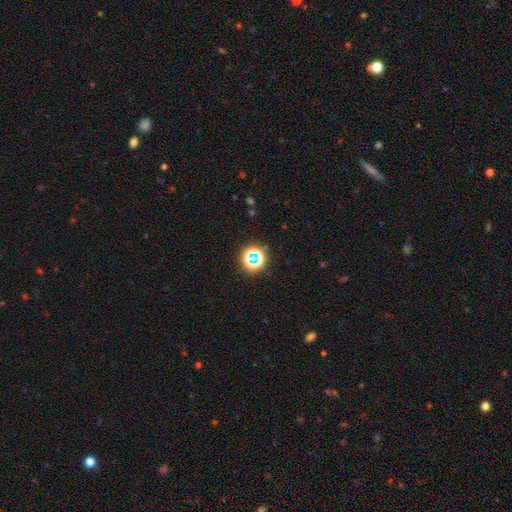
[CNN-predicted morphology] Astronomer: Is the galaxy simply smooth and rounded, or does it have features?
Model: star or artifact — 62%.